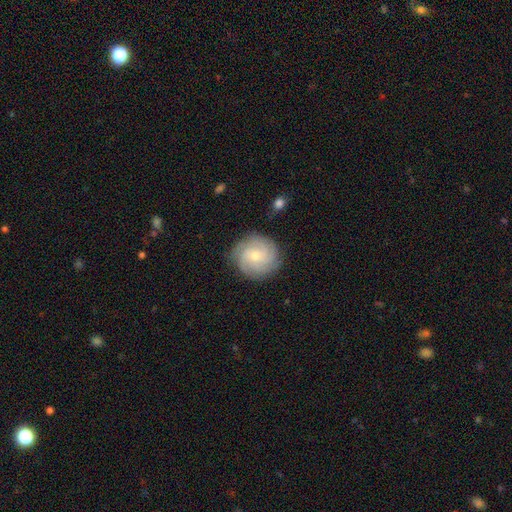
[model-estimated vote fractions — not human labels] A featured or disk galaxy (71%) with no bar (72%), 4 (28%) tight (68%) spiral arms (95%) and a small central bulge (58%).

Vote fractions:
- Smooth or featured? featured or disk: 71% / smooth: 22% / star or artifact: 8%
- Edge-on disk? no: 98% / yes: 2%
- Bar? no: 72% / weak: 24% / strong: 3%
- Spiral arms? yes: 95% / no: 5%
- Spiral winding? tight: 68% / medium: 26% / loose: 6%
- Spiral arm count? 4: 28% / can't tell: 27% / 3: 22% / 2: 9% / more than 4: 8% / 1: 7%
- Bulge size? small: 58% / moderate: 39% / large: 2% / none: 1% / dominant: 1%
- Merging? none: 85% / minor disturbance: 11% / major disturbance: 3% / merger: 1%